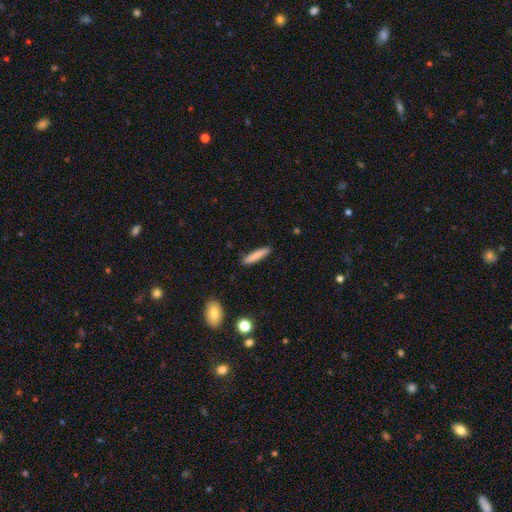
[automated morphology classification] This is clearly a smooth galaxy (82%). How rounded: clearly cigar-shaped (88%). Merging: clearly none (88%).